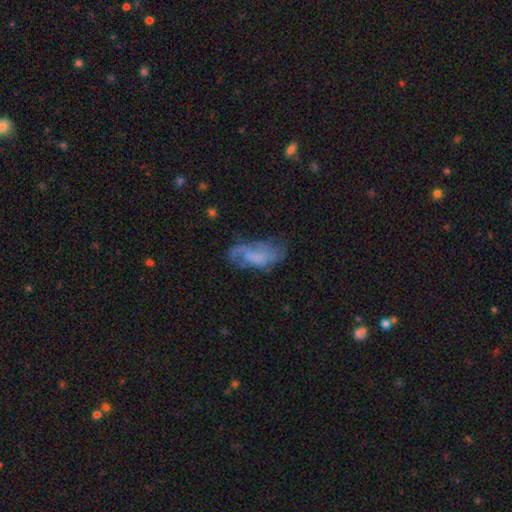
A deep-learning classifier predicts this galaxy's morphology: Smooth or featured? featured or disk (53%)
Edge-on disk? no (94%)
Merging? none (43%)